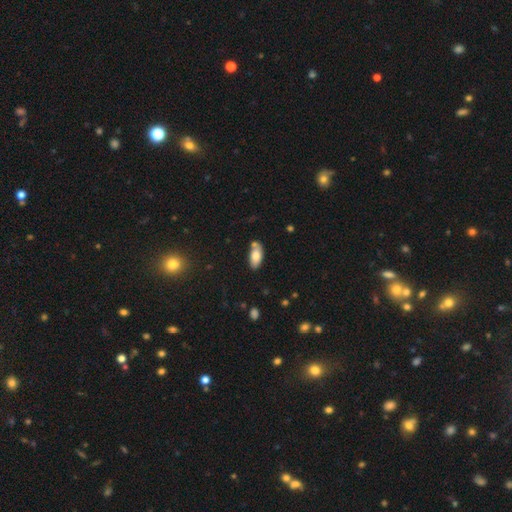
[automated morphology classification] smooth-or-featured: smooth: 76% | featured or disk: 17% | star or artifact: 7%
  how-rounded: in between: 90% | cigar-shaped: 7% | round: 3%
  merging: none: 68% | minor disturbance: 16% | merger: 13% | major disturbance: 3%